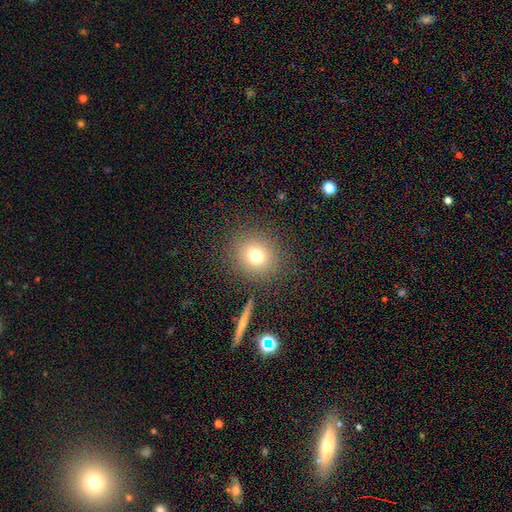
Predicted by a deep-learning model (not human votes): Smooth or featured? Predicted: smooth (p=0.73). How rounded? Predicted: round (p=0.90). Merging? Predicted: none (p=0.86).